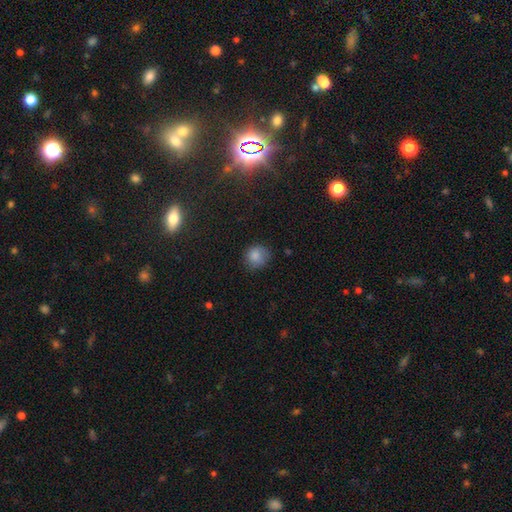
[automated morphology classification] A smooth galaxy with no disk features (83%) that is round (84%). Merging: none (73%).